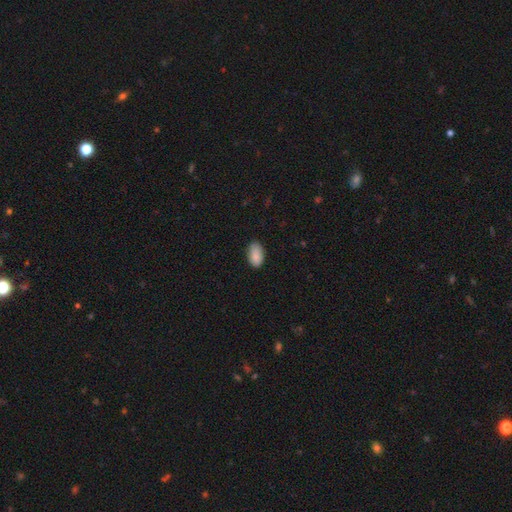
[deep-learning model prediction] Smooth or featured?
  - smooth: 88% *
  - star or artifact: 7%
  - featured or disk: 5%
How rounded?
  - in between: 93% *
  - round: 5%
  - cigar-shaped: 2%
Merging?
  - none: 80% *
  - minor disturbance: 17%
  - major disturbance: 2%
  - merger: 1%